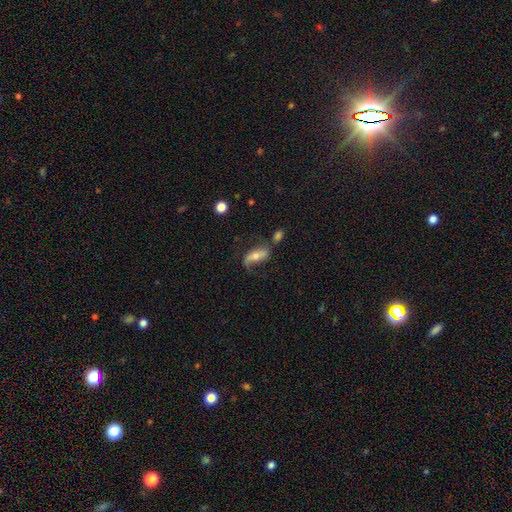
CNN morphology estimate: Smooth or featured: featured or disk — 53% (smooth — 38%)
Edge-on disk: no — 83% (yes — 17%)
Merging: none — 44% (minor disturbance — 21%)